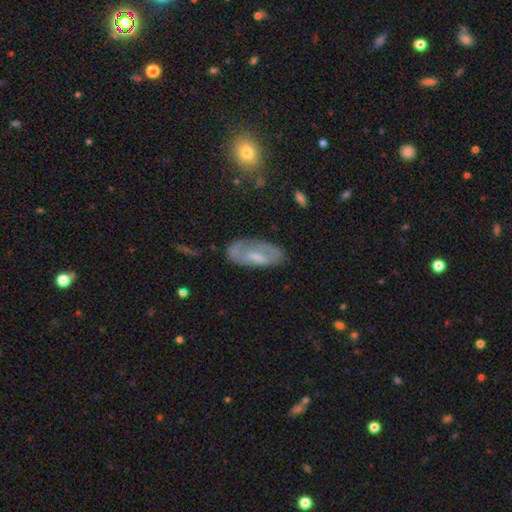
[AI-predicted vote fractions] A featured or disk galaxy (54%).

Vote fractions:
- Smooth or featured? featured or disk: 54% / smooth: 38% / star or artifact: 8%
- Edge-on disk? no: 88% / yes: 12%
- Merging? none: 67% / minor disturbance: 22% / major disturbance: 9% / merger: 2%